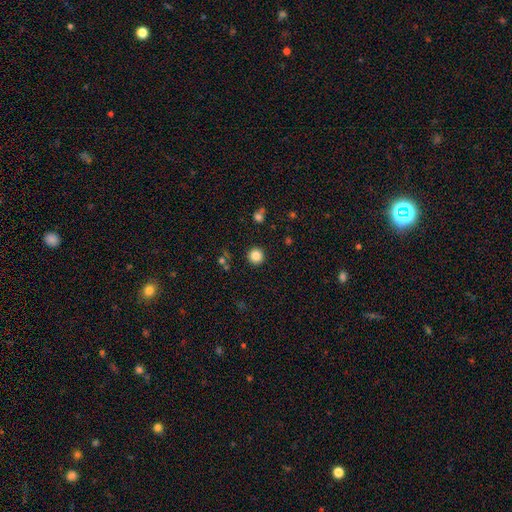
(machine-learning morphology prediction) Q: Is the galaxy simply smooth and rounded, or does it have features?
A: smooth — 84%.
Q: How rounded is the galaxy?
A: round — 95%.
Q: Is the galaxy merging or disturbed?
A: none — 91%.